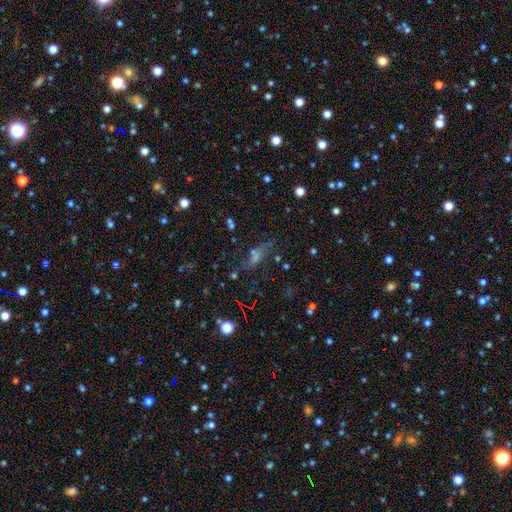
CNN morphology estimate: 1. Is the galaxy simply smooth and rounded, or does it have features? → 40% smooth, 33% star or artifact, 27% featured or disk.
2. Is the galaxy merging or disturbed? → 58% none, 19% minor disturbance, 16% major disturbance, 7% merger.